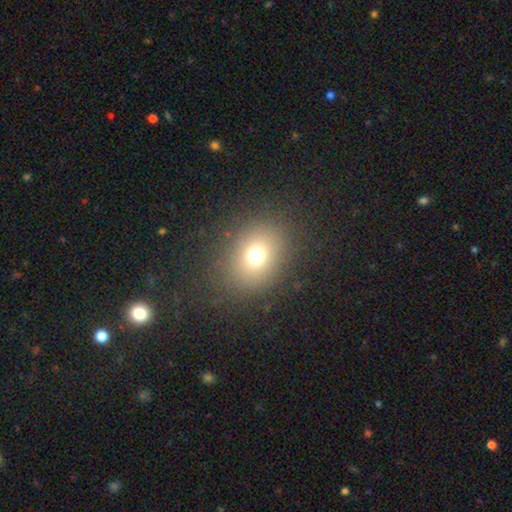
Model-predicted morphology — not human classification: Q: Smooth or featured?
A: smooth (69%); runner-up: star or artifact (20%)
Q: How rounded?
A: round (57%); runner-up: in between (42%)
Q: Merging?
A: none (84%); runner-up: minor disturbance (8%)